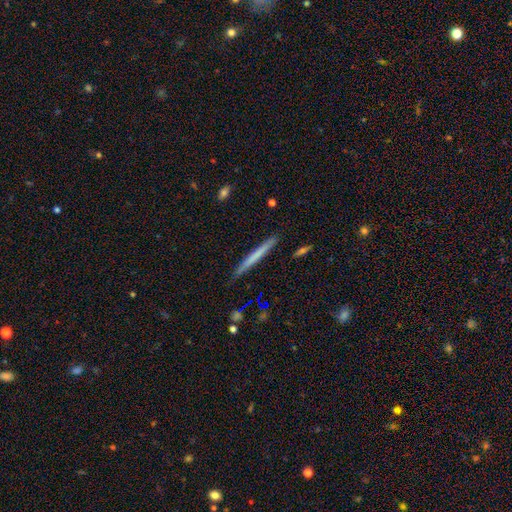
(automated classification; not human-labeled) Q: Smooth or featured?
A: smooth (60%); runner-up: featured or disk (34%)
Q: How rounded?
A: cigar-shaped (97%); runner-up: in between (2%)
Q: Merging?
A: none (88%); runner-up: minor disturbance (9%)